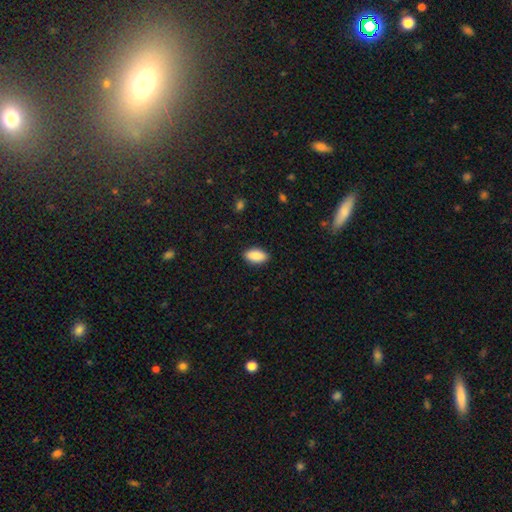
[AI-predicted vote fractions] Smooth or featured: smooth — 90% (star or artifact — 6%)
How rounded: in between — 93% (cigar-shaped — 4%)
Merging: none — 89% (minor disturbance — 8%)